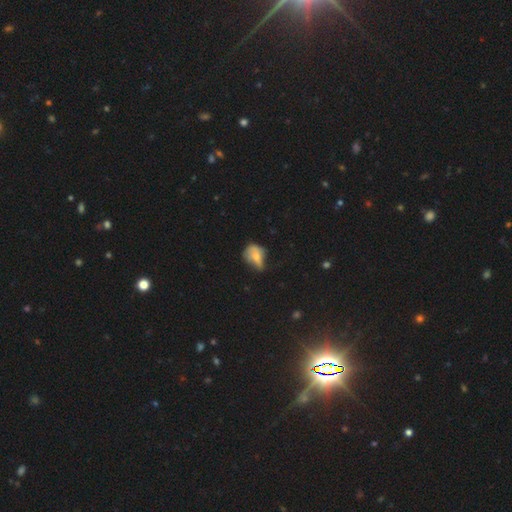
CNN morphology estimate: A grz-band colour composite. It shows a smooth galaxy with no disk features (57%) that is in between round and cigar-shaped (61%). Merging: minor disturbance (36%).